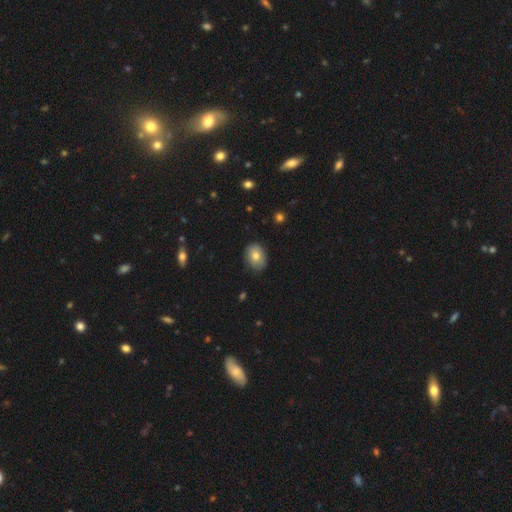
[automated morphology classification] smooth 76%, featured or disk 15%, star or artifact 9%. Down the decision tree: how rounded — in between (63%); merging — none (83%).